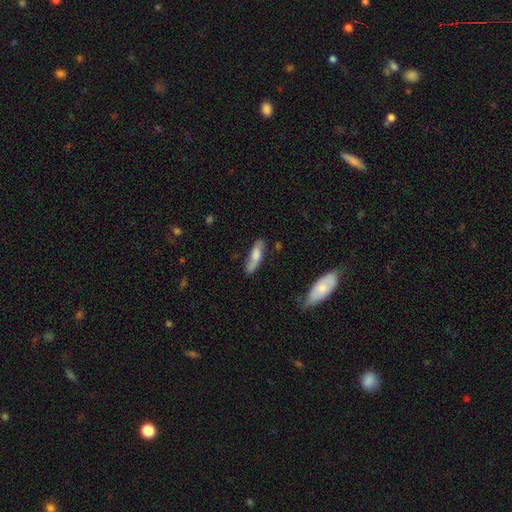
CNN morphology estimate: smooth_or_featured: smooth (p=0.58) [alt: featured or disk p=0.36]
how_rounded: cigar-shaped (p=0.63) [alt: in between p=0.35]
merging: none (p=0.75) [alt: minor disturbance p=0.19]